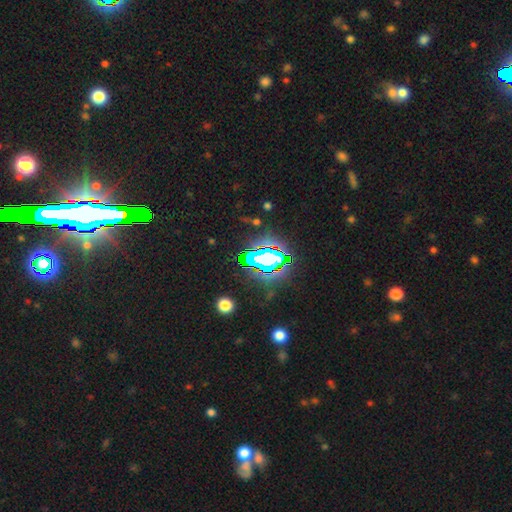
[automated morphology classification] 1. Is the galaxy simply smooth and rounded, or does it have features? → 82% star or artifact, 9% smooth, 9% featured or disk.